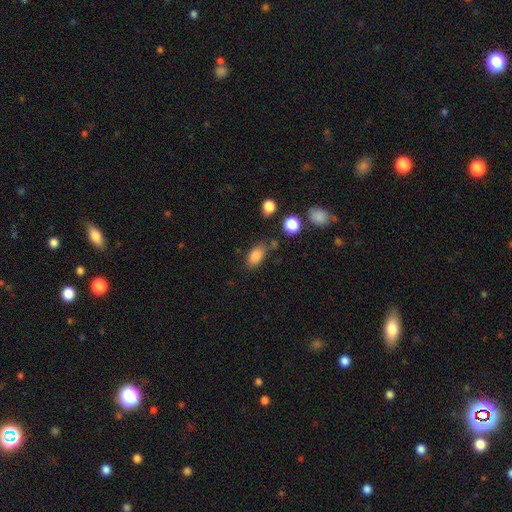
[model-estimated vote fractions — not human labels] This is clearly a smooth galaxy (84%). How rounded: clearly in between (87%). Merging: likely none (72%).